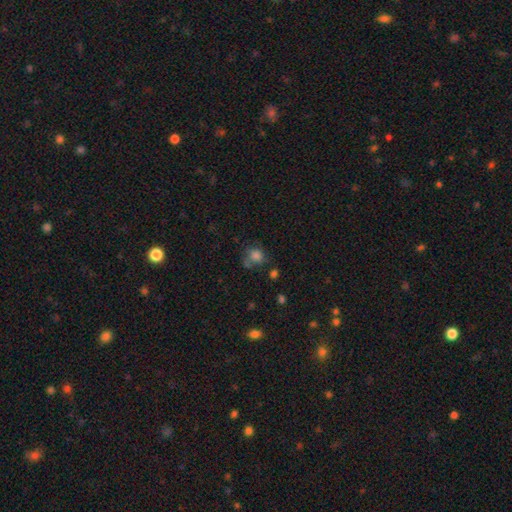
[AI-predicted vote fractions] smooth-or-featured: smooth: 76% | star or artifact: 14% | featured or disk: 10%
  how-rounded: round: 78% | in between: 21% | cigar-shaped: 1%
  merging: none: 53% | minor disturbance: 22% | merger: 14% | major disturbance: 11%